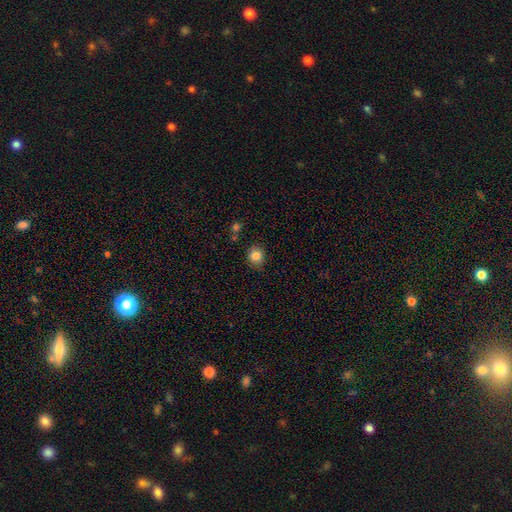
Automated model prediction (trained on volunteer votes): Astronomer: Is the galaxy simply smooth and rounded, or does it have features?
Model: smooth — 84%.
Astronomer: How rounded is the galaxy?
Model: round — 76%.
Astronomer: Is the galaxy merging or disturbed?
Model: none — 82%.